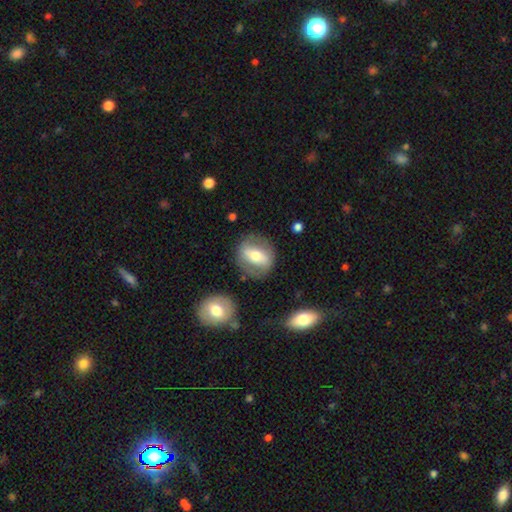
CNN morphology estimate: smooth_or_featured: featured or disk (p=0.49) [alt: smooth p=0.44]
merging: none (p=0.77) [alt: minor disturbance p=0.14]